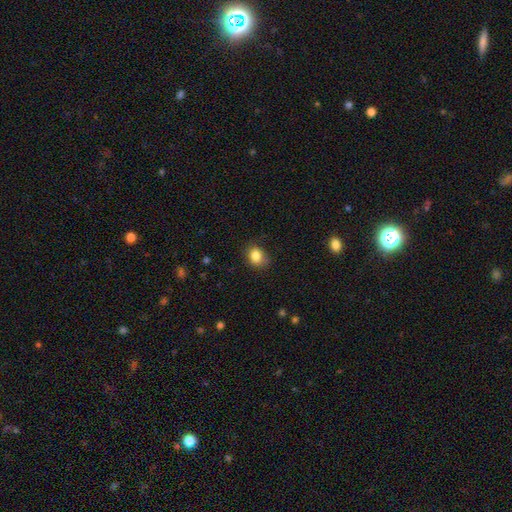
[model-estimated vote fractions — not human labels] Smooth or featured: smooth — 84% (star or artifact — 10%)
How rounded: round — 53% (in between — 46%)
Merging: none — 75% (minor disturbance — 19%)